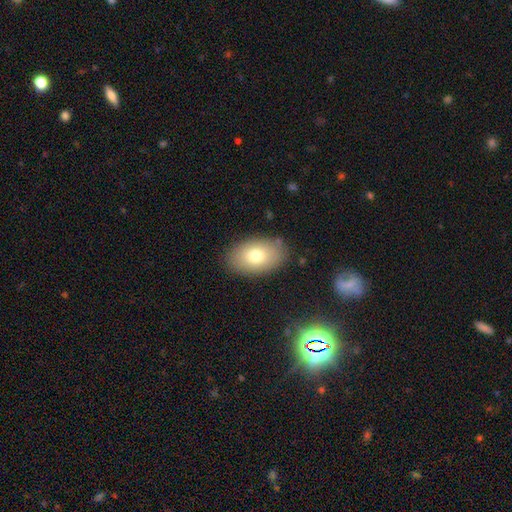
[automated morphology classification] The model was most divided on "smooth or featured": smooth: 76%, featured or disk: 16%, star or artifact: 8%. More confident: how rounded — in between (89%); merging — none (84%).